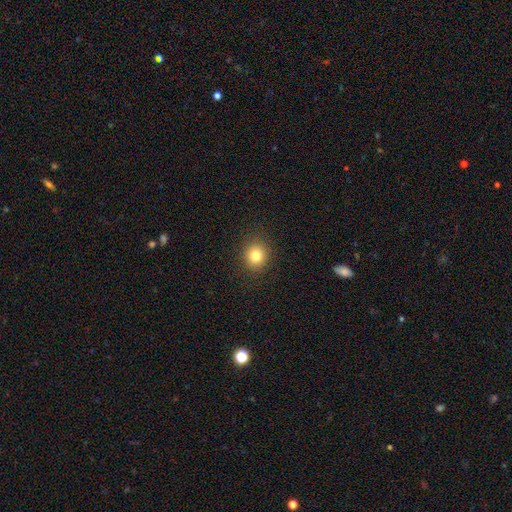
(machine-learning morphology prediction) Overall: smooth (80%). How rounded: round (84%). Merging: none (90%).